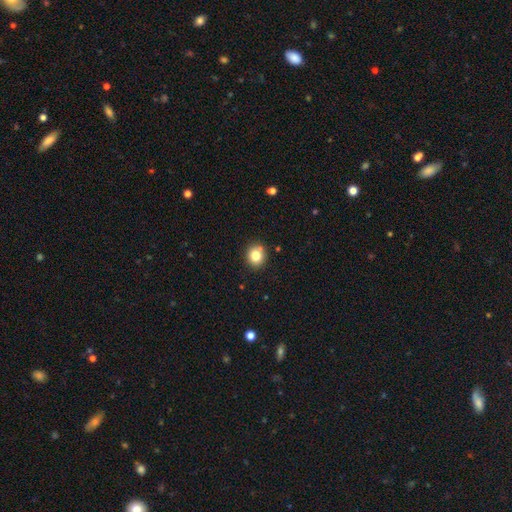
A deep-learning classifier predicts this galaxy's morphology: Smooth or featured: smooth — 80% (star or artifact — 12%)
How rounded: round — 84% (in between — 15%)
Merging: none — 83% (minor disturbance — 10%)